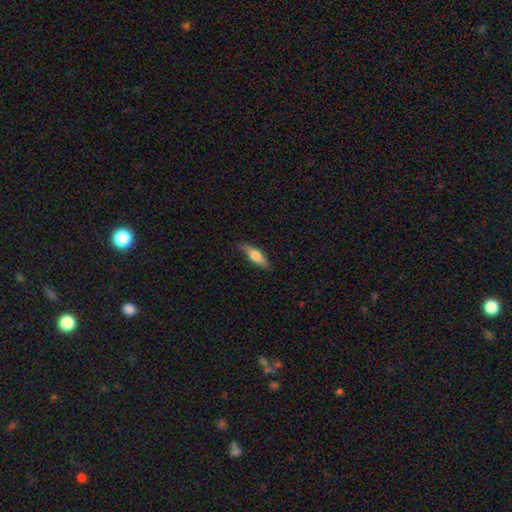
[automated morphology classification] smooth_or_featured: smooth (p=0.60) [alt: featured or disk p=0.34]
how_rounded: cigar-shaped (p=0.57) [alt: in between p=0.41]
merging: none (p=0.76) [alt: minor disturbance p=0.19]